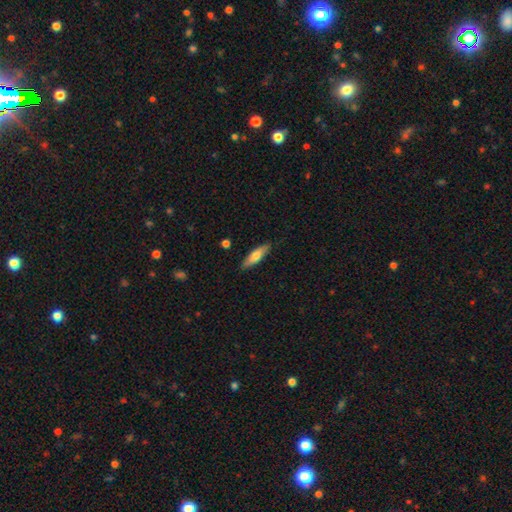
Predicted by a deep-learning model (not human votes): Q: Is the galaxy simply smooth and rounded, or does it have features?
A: smooth — 70%.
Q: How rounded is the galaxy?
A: cigar-shaped — 55%.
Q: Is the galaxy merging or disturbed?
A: none — 86%.